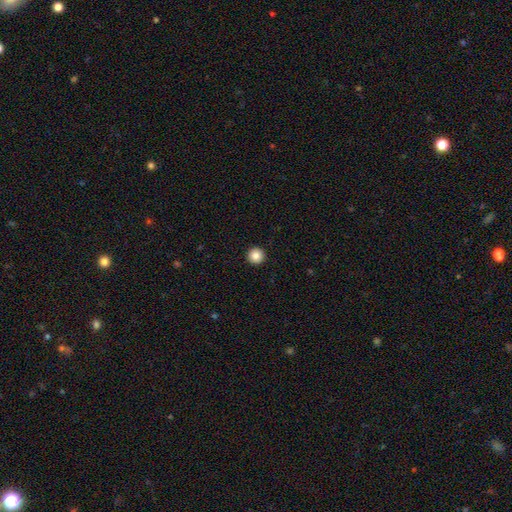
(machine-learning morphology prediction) Smooth or featured? Predicted: smooth (p=0.86). How rounded? Predicted: round (p=0.97). Merging? Predicted: none (p=0.94).